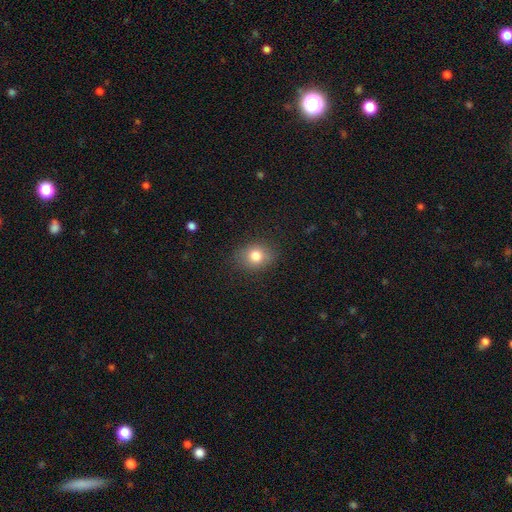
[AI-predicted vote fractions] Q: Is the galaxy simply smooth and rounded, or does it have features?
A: smooth — 80%.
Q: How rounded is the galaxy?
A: round — 56%.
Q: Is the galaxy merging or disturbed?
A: none — 85%.